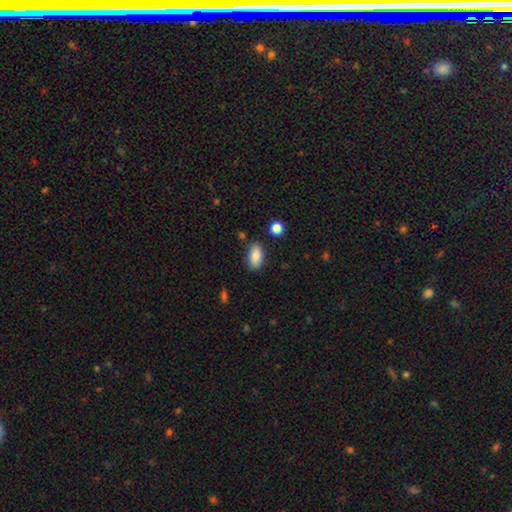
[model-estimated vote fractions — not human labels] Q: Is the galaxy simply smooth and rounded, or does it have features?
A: smooth — 83%.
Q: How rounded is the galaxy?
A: in between — 91%.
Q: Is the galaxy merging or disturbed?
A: none — 82%.